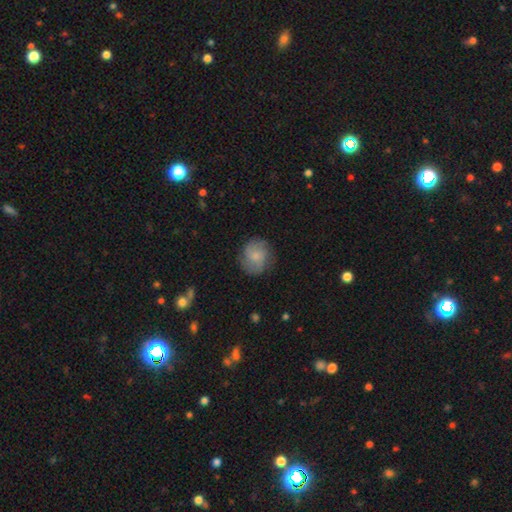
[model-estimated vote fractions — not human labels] Smooth or featured: smooth — 51% (featured or disk — 42%)
How rounded: round — 81% (in between — 18%)
Merging: none — 77% (minor disturbance — 16%)